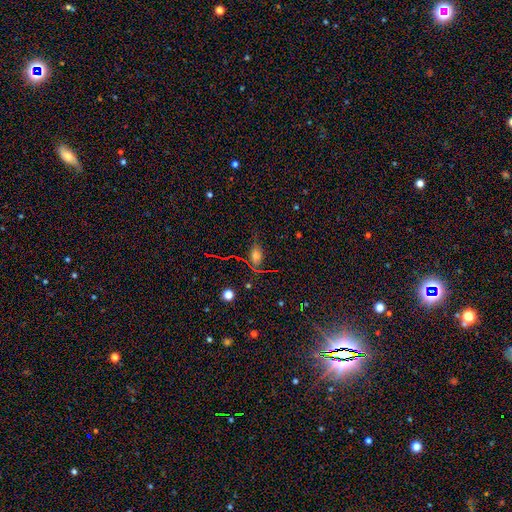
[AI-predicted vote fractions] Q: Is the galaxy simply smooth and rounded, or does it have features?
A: smooth — 58%.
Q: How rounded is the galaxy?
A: in between — 79%.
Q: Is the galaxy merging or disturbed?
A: none — 68%.